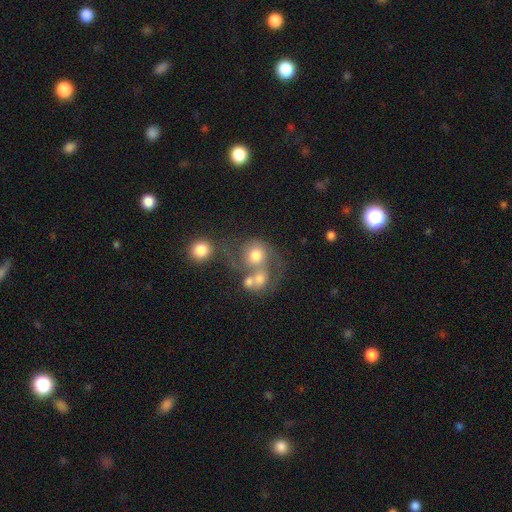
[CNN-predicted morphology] Q: Smooth or featured?
A: smooth (46%); runner-up: featured or disk (44%)
Q: Merging?
A: merger (49%); runner-up: none (24%)